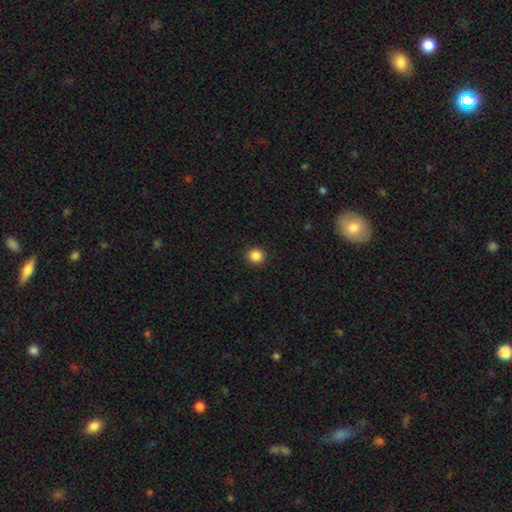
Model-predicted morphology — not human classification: A smooth galaxy with no disk features (86%) that is round (94%). Merging: none (93%).